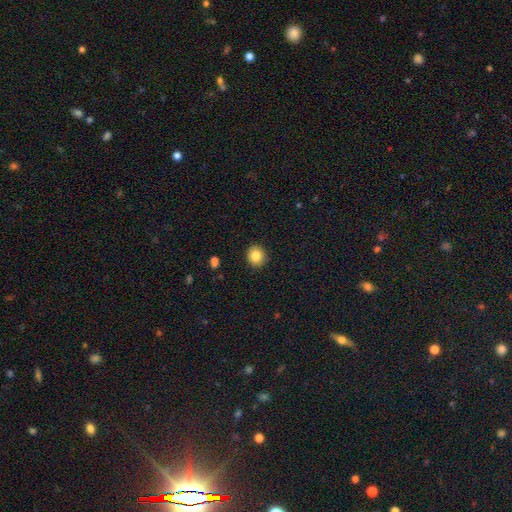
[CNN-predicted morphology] Smooth or featured: smooth — 85% (star or artifact — 9%)
How rounded: round — 85% (in between — 14%)
Merging: none — 91% (minor disturbance — 6%)